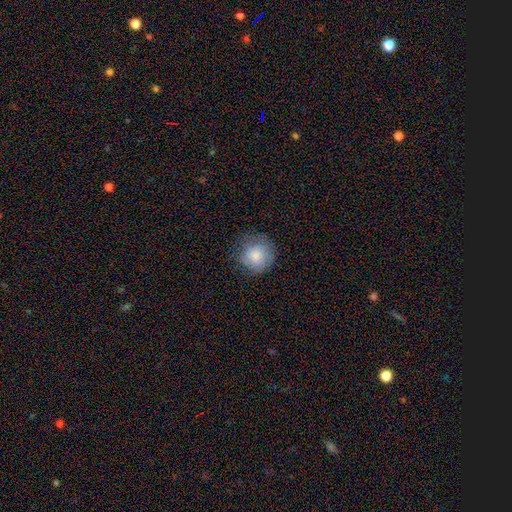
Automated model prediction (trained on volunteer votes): Q: Smooth or featured?
A: smooth (79%); runner-up: featured or disk (13%)
Q: How rounded?
A: round (91%); runner-up: in between (8%)
Q: Merging?
A: none (70%); runner-up: minor disturbance (22%)